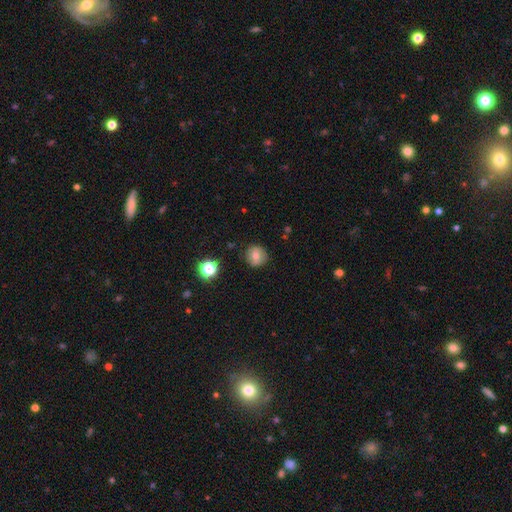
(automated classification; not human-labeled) Smooth or featured? smooth (72%)
How rounded? round (91%)
Merging? none (85%)